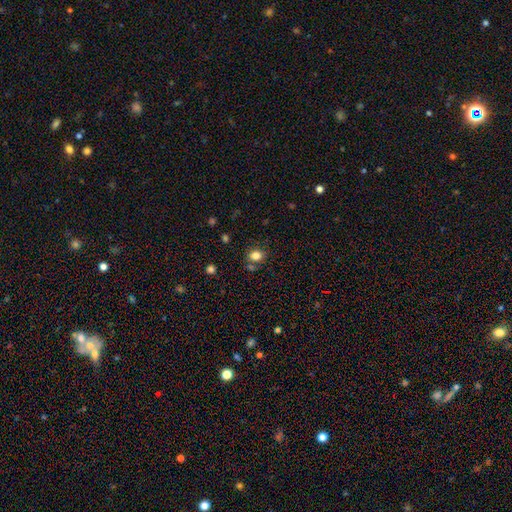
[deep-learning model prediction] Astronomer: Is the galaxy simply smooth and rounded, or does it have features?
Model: smooth — 82%.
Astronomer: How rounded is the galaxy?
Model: round — 59% (runner-up: in between, 40%).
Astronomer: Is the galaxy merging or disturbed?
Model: none — 76%.